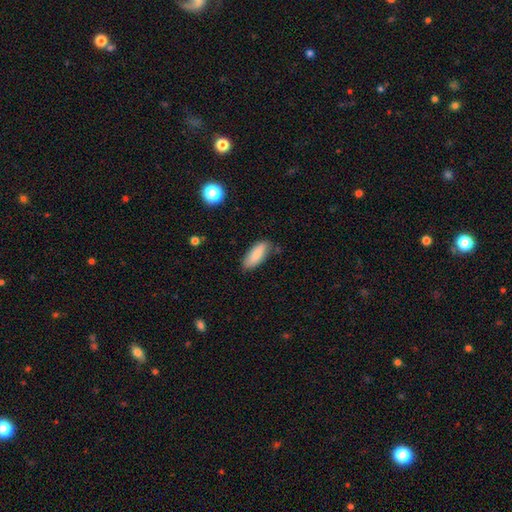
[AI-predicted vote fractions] A smooth galaxy with no disk features (85%) that is in between round and cigar-shaped (71%).

Vote fractions:
- Smooth or featured? smooth: 85% / featured or disk: 8% / star or artifact: 7%
- How rounded? in between: 71% / cigar-shaped: 28% / round: 2%
- Merging? none: 76% / minor disturbance: 18% / major disturbance: 3% / merger: 2%